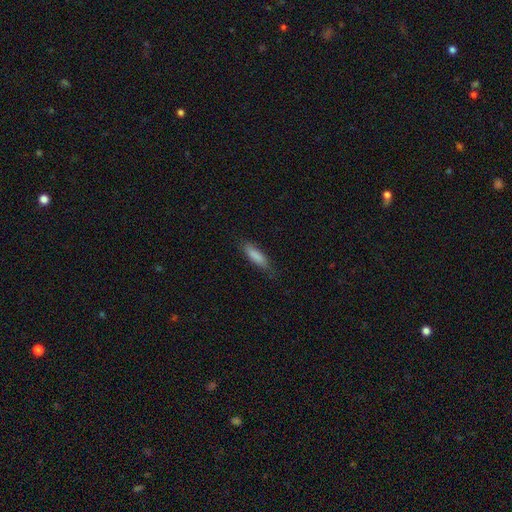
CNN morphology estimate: The model was most divided on "how rounded": cigar-shaped: 58%, in between: 40%, round: 2%. More confident: smooth or featured — smooth (85%); merging — none (76%).